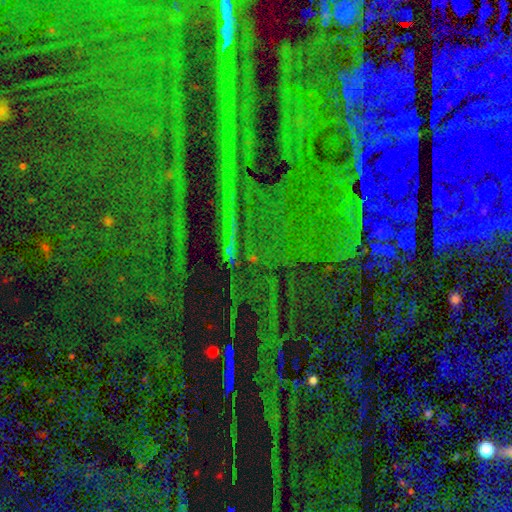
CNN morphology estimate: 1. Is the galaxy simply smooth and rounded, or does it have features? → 87% star or artifact, 7% featured or disk, 7% smooth.